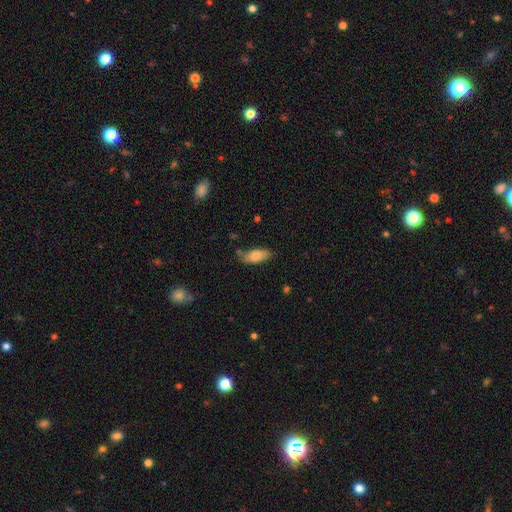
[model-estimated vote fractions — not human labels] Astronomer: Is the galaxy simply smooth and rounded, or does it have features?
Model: smooth — 77%.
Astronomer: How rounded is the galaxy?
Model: in between — 80%.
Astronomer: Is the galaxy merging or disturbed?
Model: none — 74%.